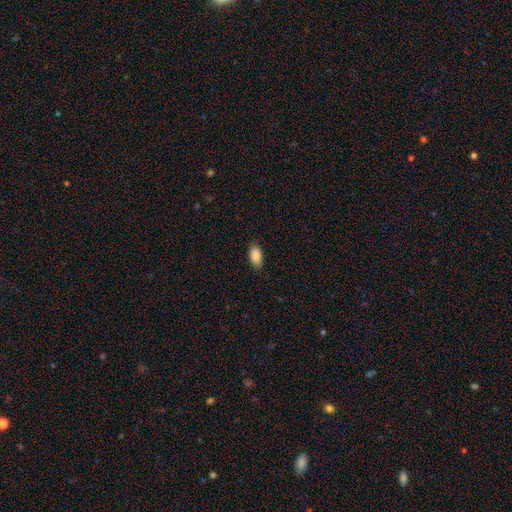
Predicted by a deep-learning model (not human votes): A smooth galaxy with no disk features (89%) that is in between round and cigar-shaped (93%). Merging: none (81%).